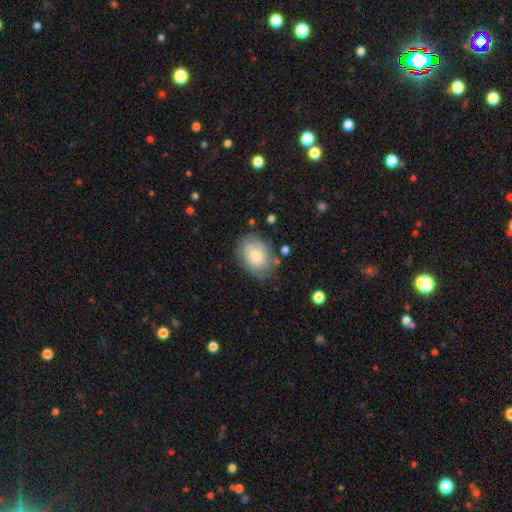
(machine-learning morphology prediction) Q: Smooth or featured?
A: smooth (54%); runner-up: featured or disk (38%)
Q: How rounded?
A: in between (72%); runner-up: round (27%)
Q: Merging?
A: none (73%); runner-up: minor disturbance (19%)